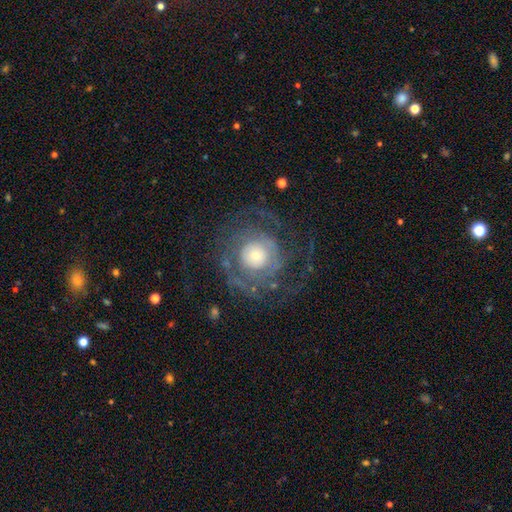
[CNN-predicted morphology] Smooth or featured: featured or disk — 72% (smooth — 20%)
Edge-on disk: no — 97% (yes — 3%)
Bar: no — 85% (weak — 12%)
Spiral arms: yes — 74% (no — 26%)
Spiral winding: tight — 55% (medium — 28%)
Spiral arm count: can't tell — 40% (2 — 24%)
Bulge size: small — 46% (moderate — 33%)
Merging: none — 62% (major disturbance — 22%)